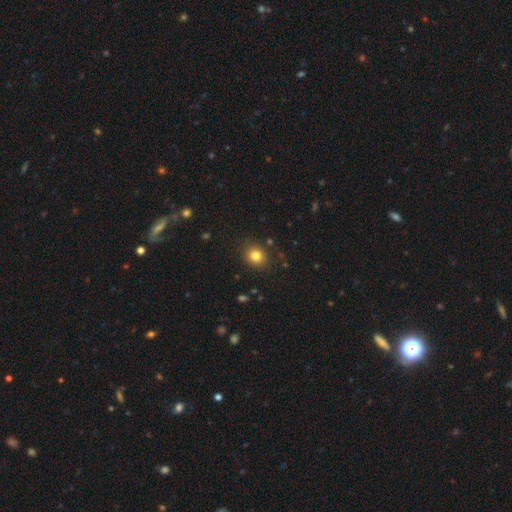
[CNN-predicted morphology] Q: Smooth or featured?
A: smooth (81%); runner-up: star or artifact (12%)
Q: How rounded?
A: round (73%); runner-up: in between (27%)
Q: Merging?
A: none (87%); runner-up: minor disturbance (9%)